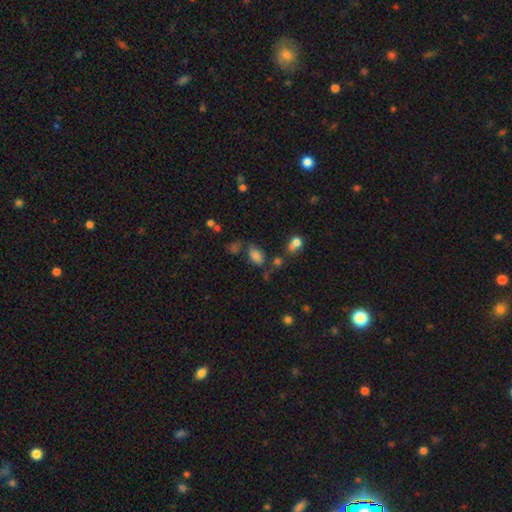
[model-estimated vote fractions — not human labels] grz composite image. It shows a smooth galaxy with no disk features (79%) that is in between round and cigar-shaped (89%). Merging: none (61%).